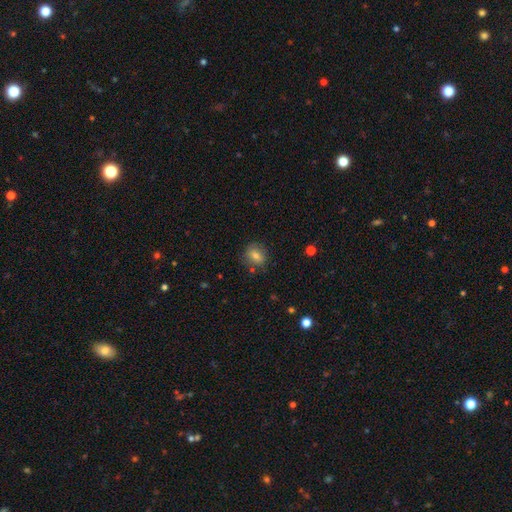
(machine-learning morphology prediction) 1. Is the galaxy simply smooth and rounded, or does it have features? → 72% smooth, 16% featured or disk, 12% star or artifact.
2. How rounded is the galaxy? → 64% round, 34% in between, 2% cigar-shaped.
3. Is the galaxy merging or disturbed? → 81% none, 13% minor disturbance, 3% major disturbance, 3% merger.